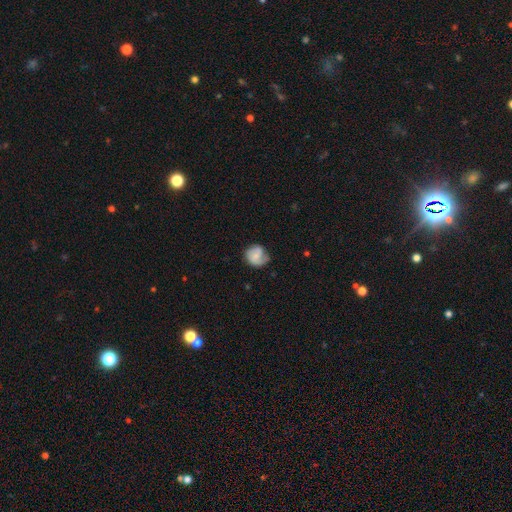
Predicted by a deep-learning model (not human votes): smooth 51%, featured or disk 41%, star or artifact 7%. Down the decision tree: how rounded — round (77%); merging — none (55%).